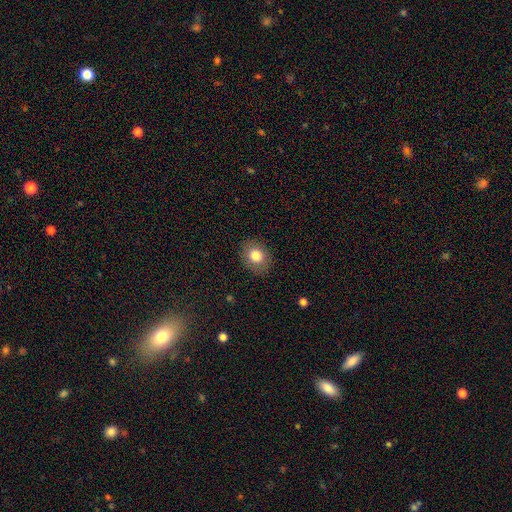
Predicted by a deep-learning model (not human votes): Morphology: type=smooth (81%); roundness=in between (51%); merging=none (87%).